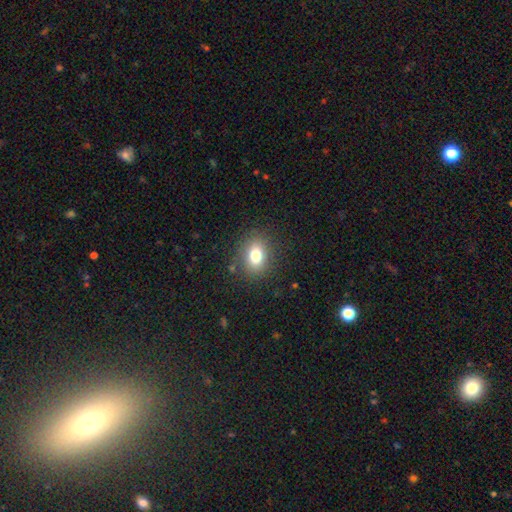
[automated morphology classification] Smooth or featured: smooth — 78% (star or artifact — 12%)
How rounded: in between — 62% (round — 37%)
Merging: none — 85% (minor disturbance — 10%)